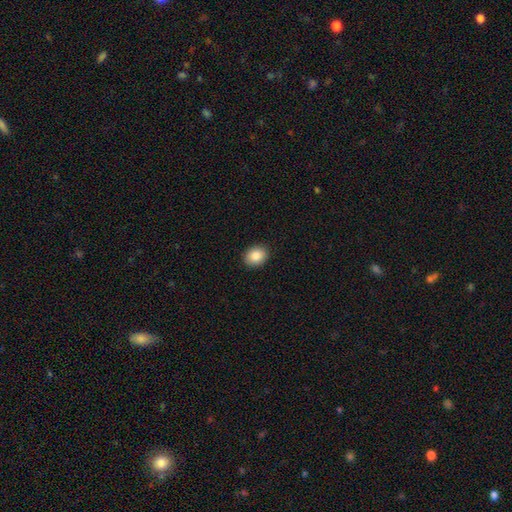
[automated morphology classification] smooth 86%, star or artifact 8%, featured or disk 6%. Down the decision tree: how rounded — in between (56%); merging — none (91%).